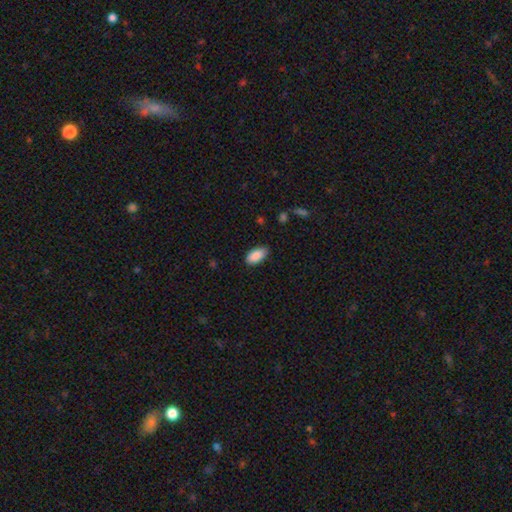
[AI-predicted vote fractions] Overall: smooth (89%). How rounded: in between (93%). Merging: none (83%).